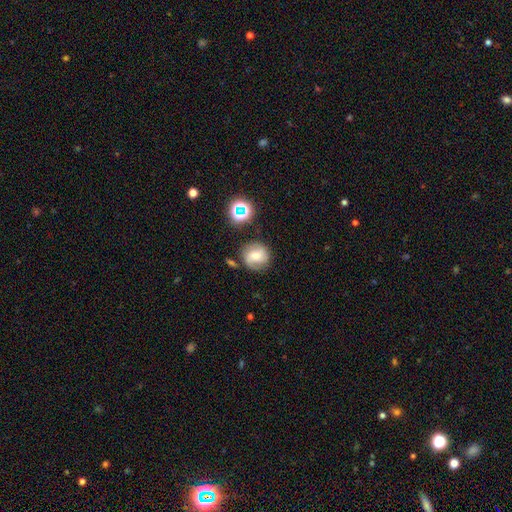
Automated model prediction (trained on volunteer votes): Smooth or featured?
  - featured or disk: 51% *
  - smooth: 37%
  - star or artifact: 12%
Edge-on disk?
  - no: 97% *
  - yes: 3%
Merging?
  - none: 74% *
  - minor disturbance: 15%
  - merger: 6%
  - major disturbance: 5%